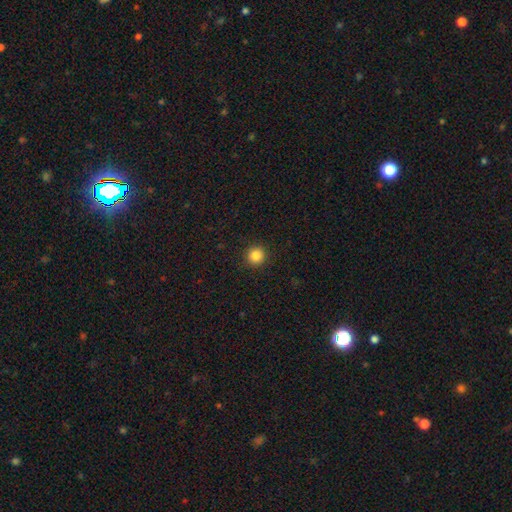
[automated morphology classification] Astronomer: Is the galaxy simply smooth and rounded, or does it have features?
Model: smooth — 85%.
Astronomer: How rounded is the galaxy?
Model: round — 95%.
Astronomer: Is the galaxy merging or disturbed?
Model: none — 93%.